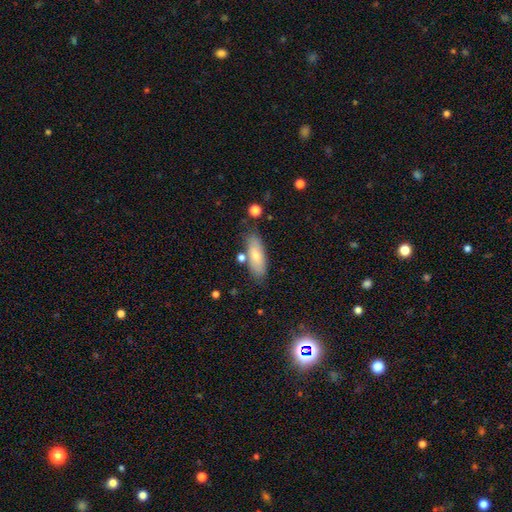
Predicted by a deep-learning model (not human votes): Smooth or featured? smooth (75%)
How rounded? in between (67%)
Merging? none (77%)